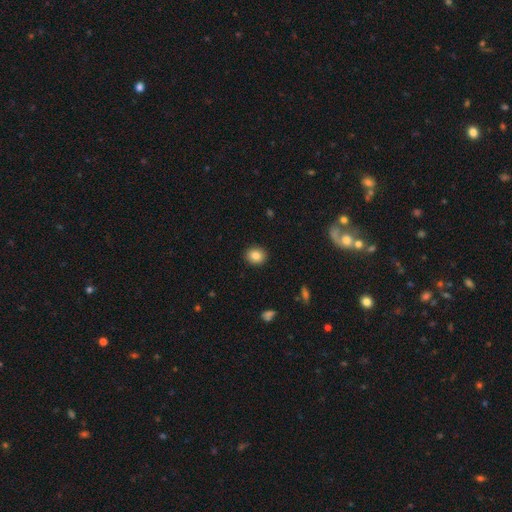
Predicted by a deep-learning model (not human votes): smooth 83%, star or artifact 9%, featured or disk 7%. Down the decision tree: how rounded — round (71%); merging — none (91%).